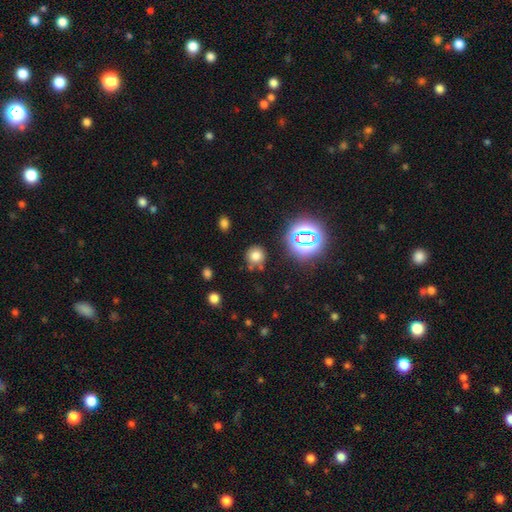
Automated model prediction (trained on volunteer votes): Smooth or featured? Predicted: smooth (p=0.70). How rounded? Predicted: round (p=0.90). Merging? Predicted: none (p=0.78).